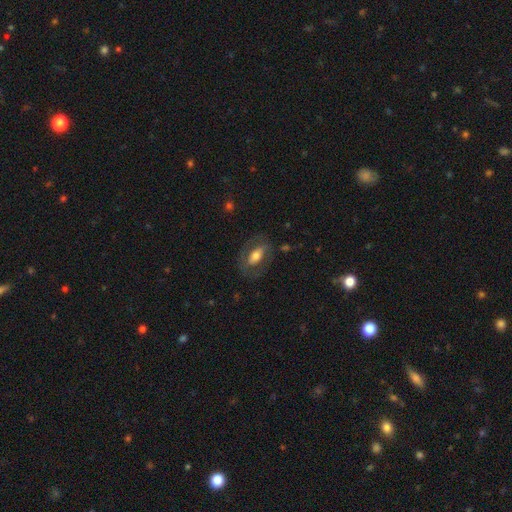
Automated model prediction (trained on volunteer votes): The model was most divided on "smooth or featured": smooth: 50%, featured or disk: 43%, star or artifact: 7%. More confident: merging — none (70%).